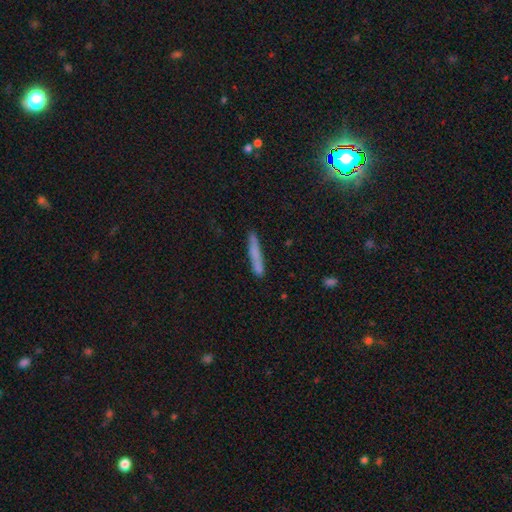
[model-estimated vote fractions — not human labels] A smooth galaxy with no disk features (71%) that is cigar-shaped (95%).

Vote fractions:
- Smooth or featured? smooth: 71% / featured or disk: 21% / star or artifact: 9%
- How rounded? cigar-shaped: 95% / in between: 4% / round: 1%
- Merging? none: 83% / minor disturbance: 13% / major disturbance: 2% / merger: 2%